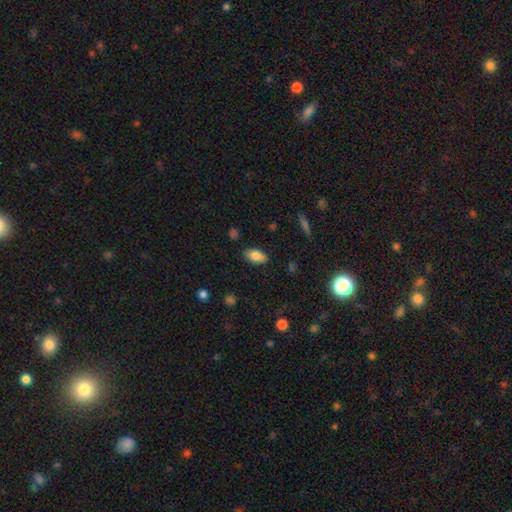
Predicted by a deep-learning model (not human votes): The model was most divided on "smooth or featured": smooth: 80%, featured or disk: 12%, star or artifact: 8%. More confident: how rounded — in between (92%); merging — none (86%).